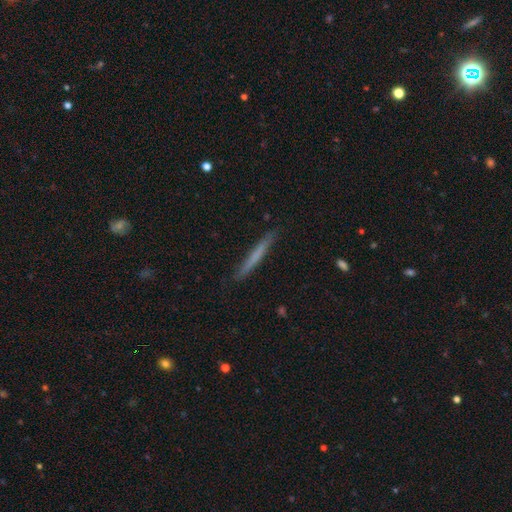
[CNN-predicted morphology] type=smooth (58%); roundness=cigar-shaped (97%); merging=none (89%).